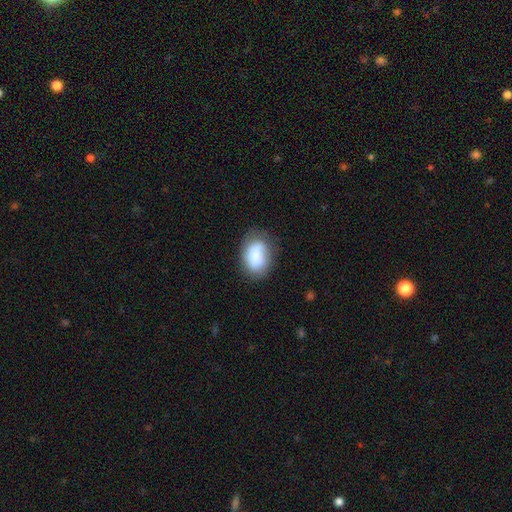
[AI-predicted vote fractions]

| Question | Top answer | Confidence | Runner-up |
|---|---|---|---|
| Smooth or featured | smooth | 75% | featured or disk (17%) |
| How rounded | in between | 80% | round (19%) |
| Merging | none | 63% | minor disturbance (26%) |